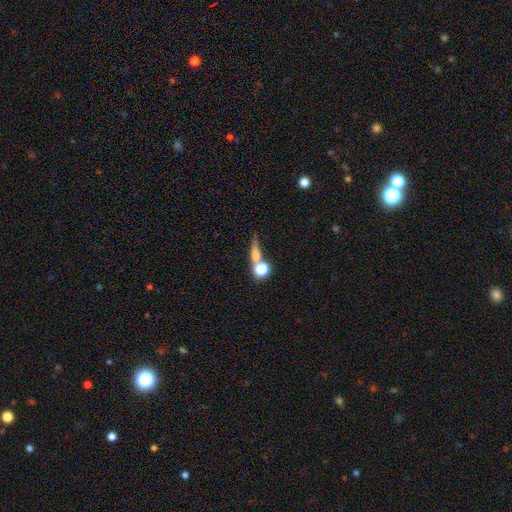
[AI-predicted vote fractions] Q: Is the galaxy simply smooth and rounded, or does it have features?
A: smooth — 58%.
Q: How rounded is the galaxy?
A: round — 41%.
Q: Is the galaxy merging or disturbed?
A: none — 44%.